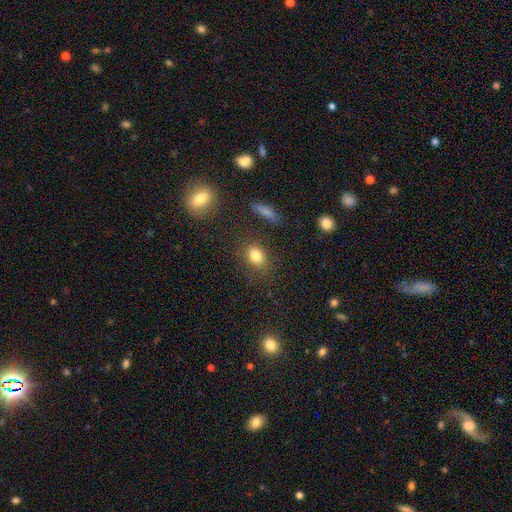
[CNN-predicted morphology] Smooth or featured? smooth (81%)
How rounded? in between (63%)
Merging? none (80%)